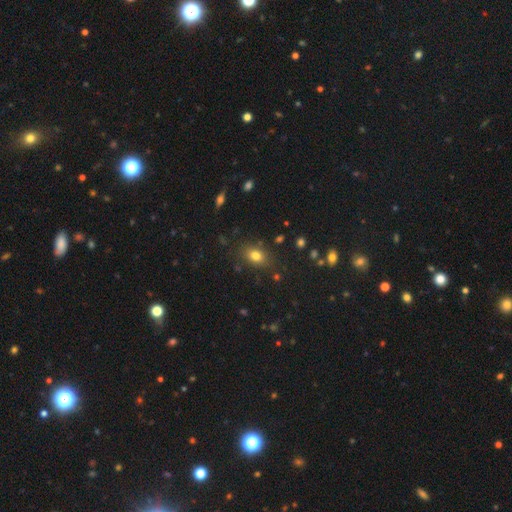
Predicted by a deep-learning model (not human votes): Overall: smooth (78%). How rounded: in between (72%). Merging: none (82%).